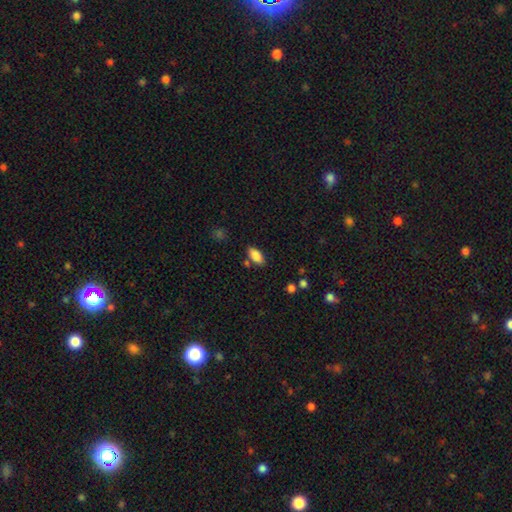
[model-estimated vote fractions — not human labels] The model was most divided on "merging": none: 78%, minor disturbance: 13%, merger: 6%, major disturbance: 3%. More confident: how rounded — in between (90%); smooth or featured — smooth (85%).